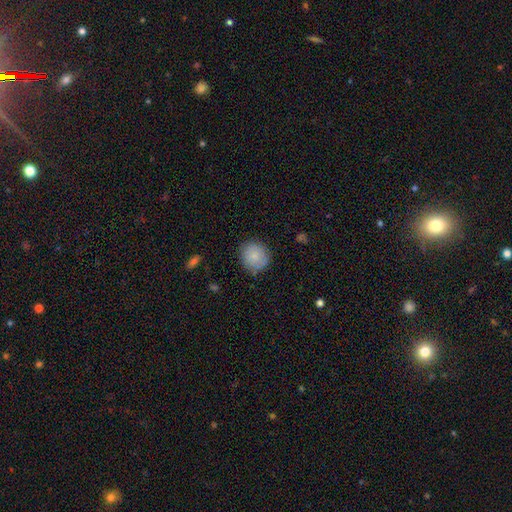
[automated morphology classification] smooth-or-featured: smooth: 84% | featured or disk: 9% | star or artifact: 7%
  how-rounded: round: 83% | in between: 16% | cigar-shaped: 1%
  merging: none: 83% | minor disturbance: 13% | major disturbance: 3% | merger: 1%